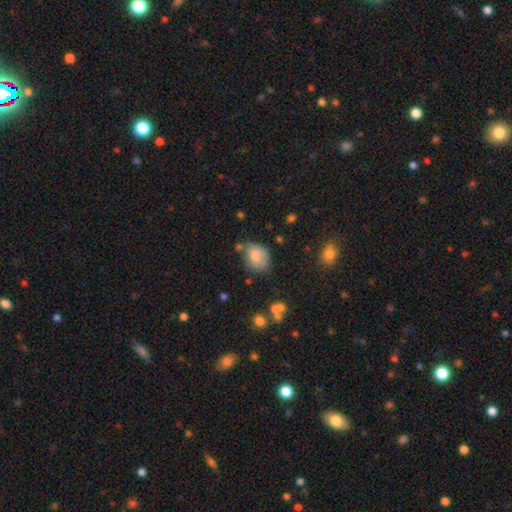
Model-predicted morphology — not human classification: Overall: smooth (67%). How rounded: in between (52%; round 47%). Merging: none (49%; minor disturbance 32%).